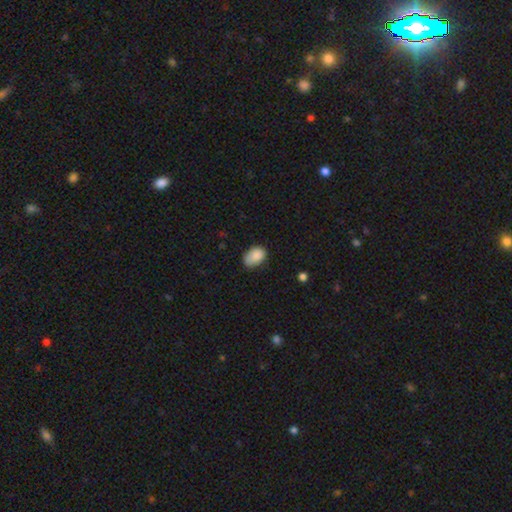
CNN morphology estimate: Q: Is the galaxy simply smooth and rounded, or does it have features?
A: smooth — 86%.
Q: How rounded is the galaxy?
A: in between — 81%.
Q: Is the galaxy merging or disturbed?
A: none — 57%.